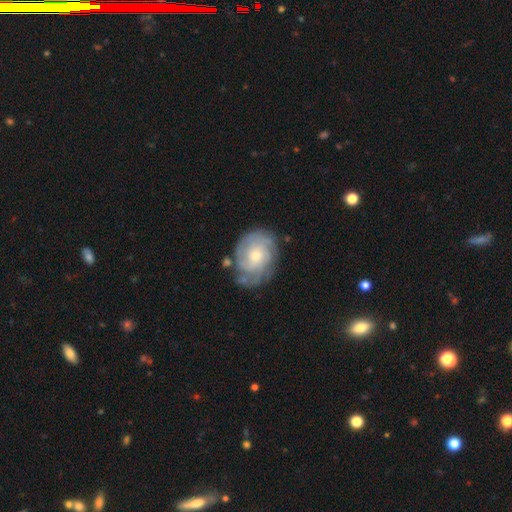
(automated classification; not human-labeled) Overall: featured or disk (77%). Edge-on disk: no (97%). Bar: no (76%). Spiral arms: yes (91%). Spiral arm count: can't tell (41%; 4 20%). Spiral winding: tight (65%; medium 26%). Bulge size: small (52%; moderate 43%). Merging: none (72%).